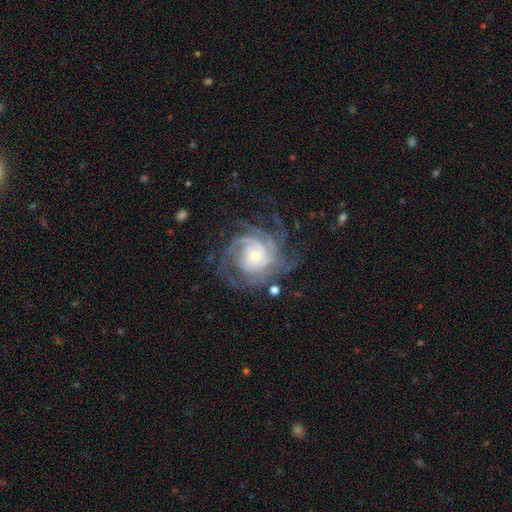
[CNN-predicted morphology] A featured or disk galaxy (88%) with no bar (72%), tight (67%) spiral arms (97%) and a small central bulge (57%). Merging: none (68%).